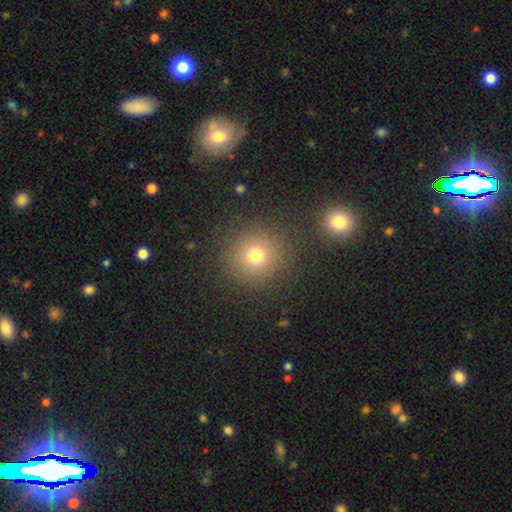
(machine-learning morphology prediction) Overall: smooth (74%). How rounded: round (91%). Merging: none (85%).